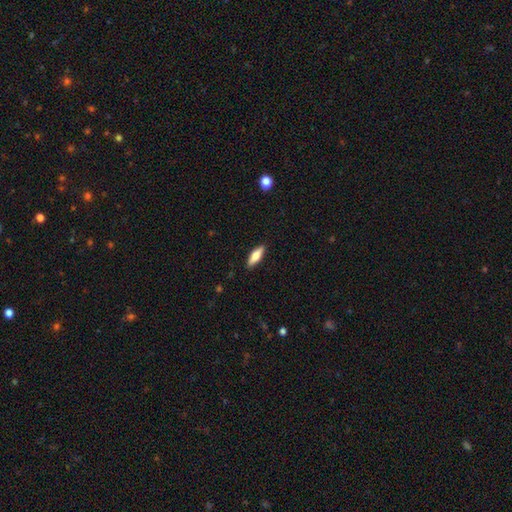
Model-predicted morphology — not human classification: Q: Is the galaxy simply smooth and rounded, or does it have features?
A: smooth — 69%.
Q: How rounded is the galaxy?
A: in between — 53%.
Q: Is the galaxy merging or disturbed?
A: none — 89%.